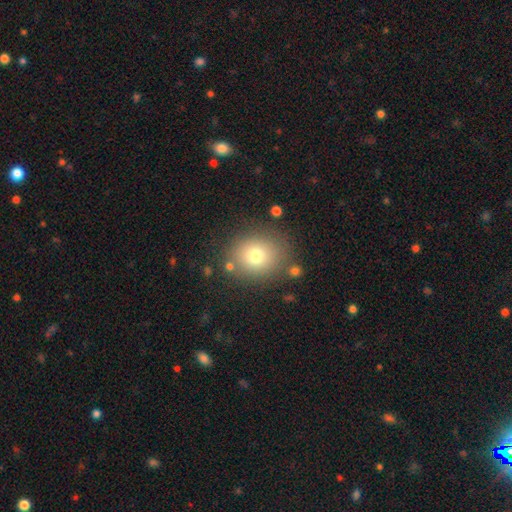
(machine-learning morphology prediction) Smooth or featured? Predicted: smooth (p=0.74). How rounded? Predicted: round (p=0.74). Merging? Predicted: none (p=0.79).